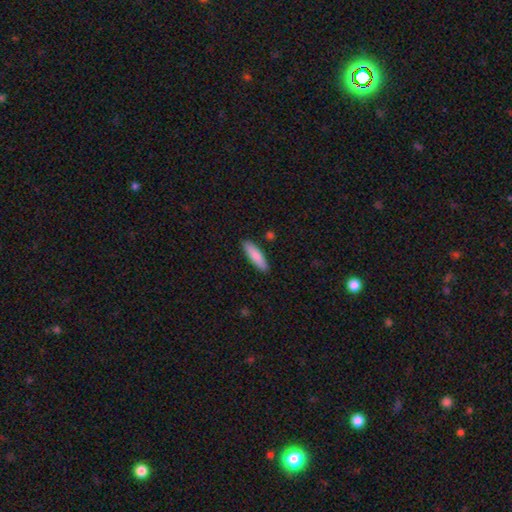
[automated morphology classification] Overall: smooth (85%). How rounded: cigar-shaped (62%; in between 36%). Merging: none (88%).